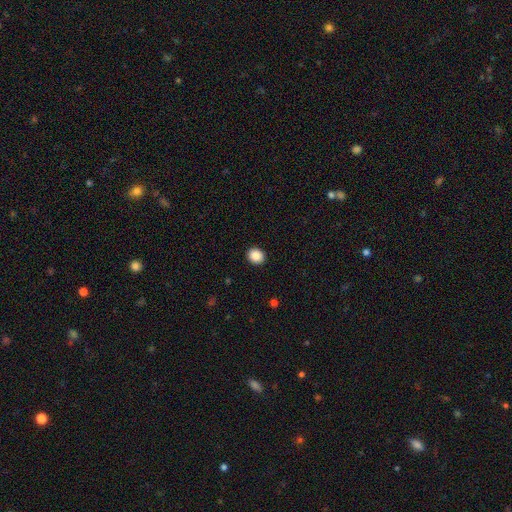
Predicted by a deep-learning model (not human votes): This is clearly a smooth galaxy (88%). How rounded: likely round (71%). Merging: clearly none (92%).